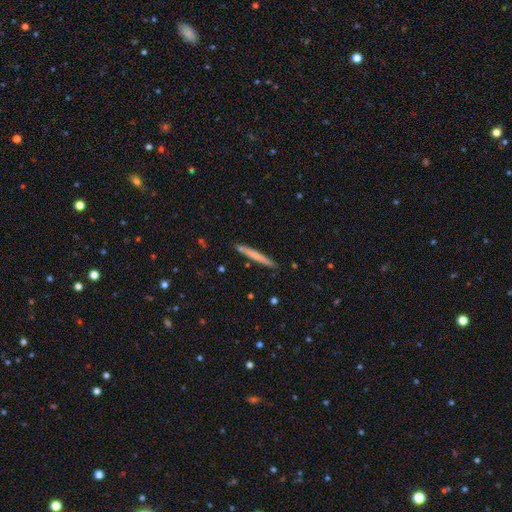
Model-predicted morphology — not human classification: smooth-or-featured: smooth: 66% | featured or disk: 29% | star or artifact: 5%
  how-rounded: cigar-shaped: 97% | in between: 2% | round: 1%
  merging: none: 87% | minor disturbance: 8% | merger: 3% | major disturbance: 2%